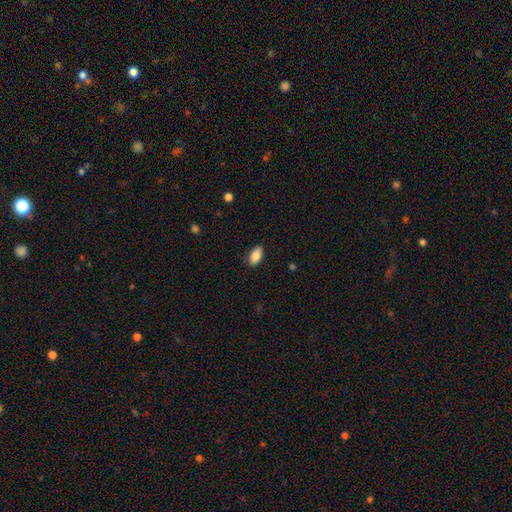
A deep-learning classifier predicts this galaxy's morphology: This appears to be a smooth galaxy with no disk features (85%) that is in between round and cigar-shaped (92%). Merging: none (85%).